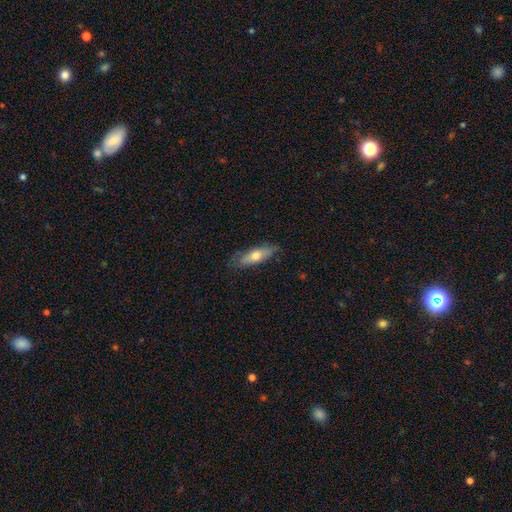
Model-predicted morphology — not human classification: smooth-or-featured: smooth: 60% | featured or disk: 34% | star or artifact: 6%
  how-rounded: cigar-shaped: 52% | in between: 45% | round: 3%
  merging: none: 79% | minor disturbance: 17% | major disturbance: 3% | merger: 1%